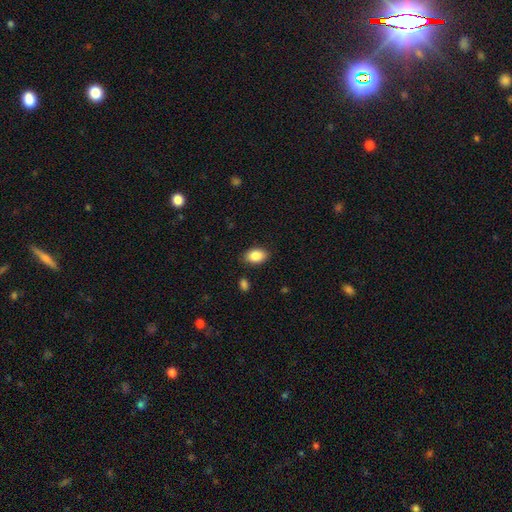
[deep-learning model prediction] smooth_or_featured: smooth (p=0.88) [alt: star or artifact p=0.07]
how_rounded: in between (p=0.89) [alt: round p=0.10]
merging: none (p=0.86) [alt: minor disturbance p=0.10]